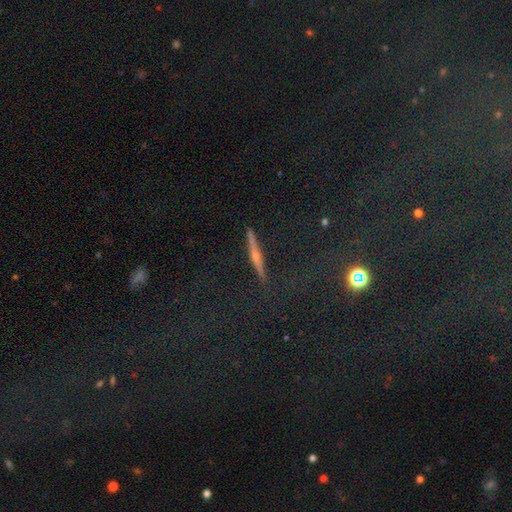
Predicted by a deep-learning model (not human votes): Overall: featured or disk (67%). Edge-on disk: yes (95%). Edge-on bulge: rounded (88%). Merging: none (89%).